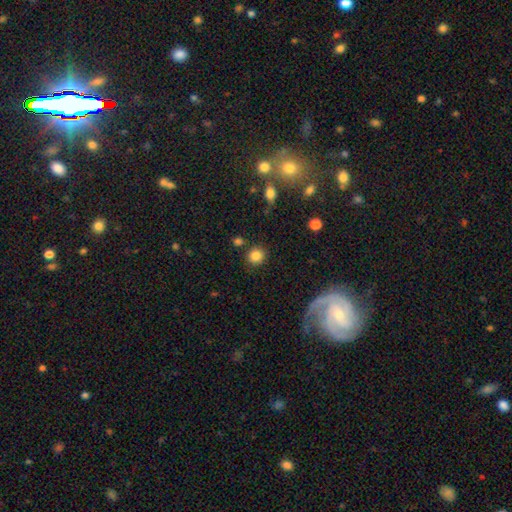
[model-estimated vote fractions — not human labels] smooth 84%, star or artifact 10%, featured or disk 5%. Down the decision tree: how rounded — round (88%); merging — none (85%).